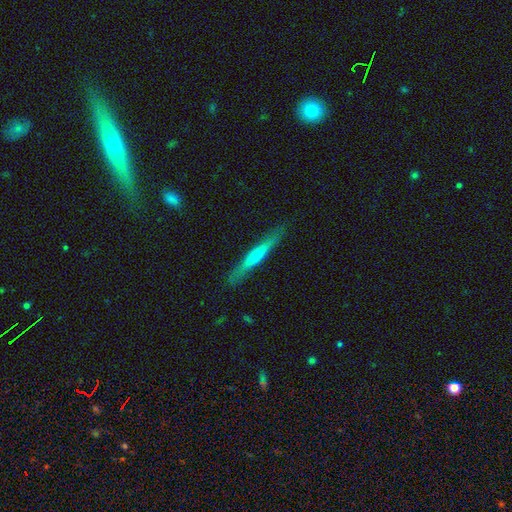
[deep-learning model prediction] Smooth or featured?
  - featured or disk: 48% *
  - smooth: 46%
  - star or artifact: 6%
Merging?
  - none: 87% *
  - minor disturbance: 9%
  - major disturbance: 2%
  - merger: 1%